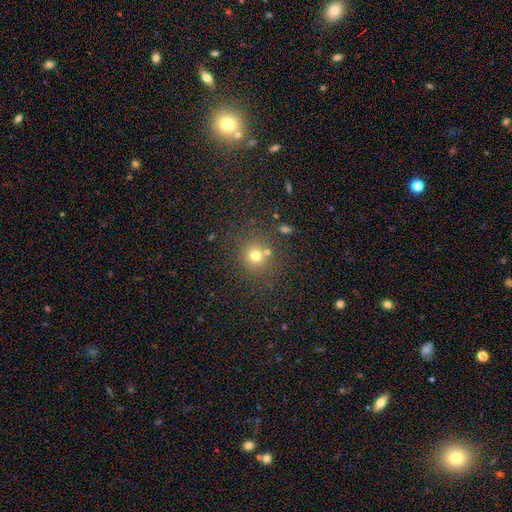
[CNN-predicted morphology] smooth 72%, star or artifact 19%, featured or disk 9%. Down the decision tree: how rounded — round (89%); merging — none (74%).